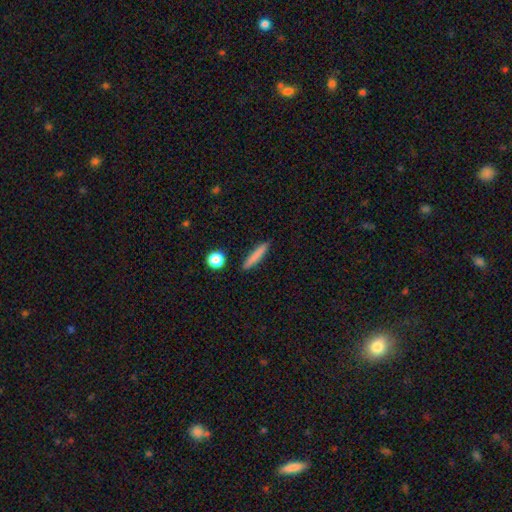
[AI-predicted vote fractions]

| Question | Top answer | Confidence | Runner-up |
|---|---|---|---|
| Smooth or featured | smooth | 79% | featured or disk (14%) |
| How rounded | cigar-shaped | 91% | in between (7%) |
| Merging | none | 89% | minor disturbance (7%) |